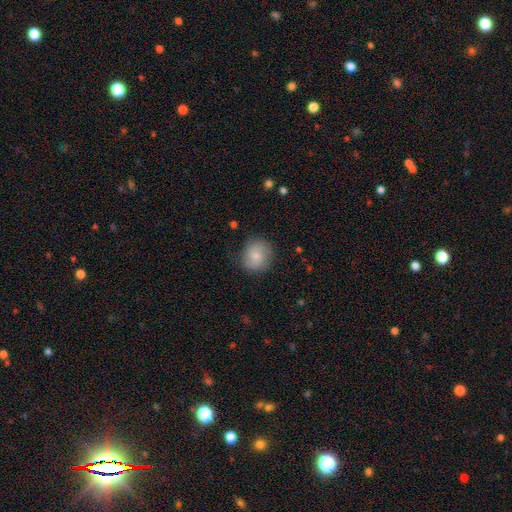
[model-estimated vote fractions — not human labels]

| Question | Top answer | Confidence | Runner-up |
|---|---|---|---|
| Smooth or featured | smooth | 71% | featured or disk (22%) |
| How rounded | round | 85% | in between (14%) |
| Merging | none | 79% | minor disturbance (16%) |